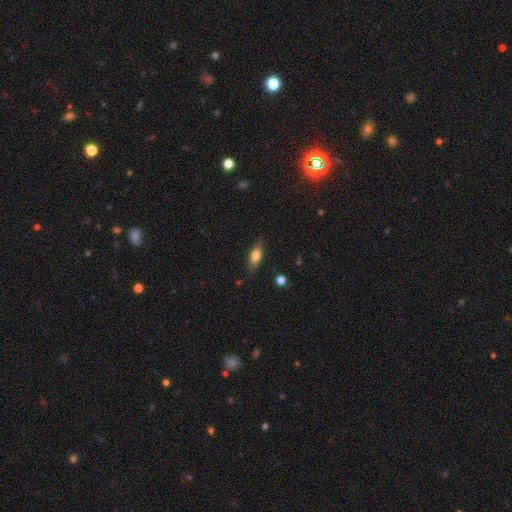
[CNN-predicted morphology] smooth-or-featured: smooth: 72% | featured or disk: 21% | star or artifact: 8%
  how-rounded: in between: 72% | cigar-shaped: 24% | round: 5%
  merging: none: 82% | minor disturbance: 13% | major disturbance: 3% | merger: 1%